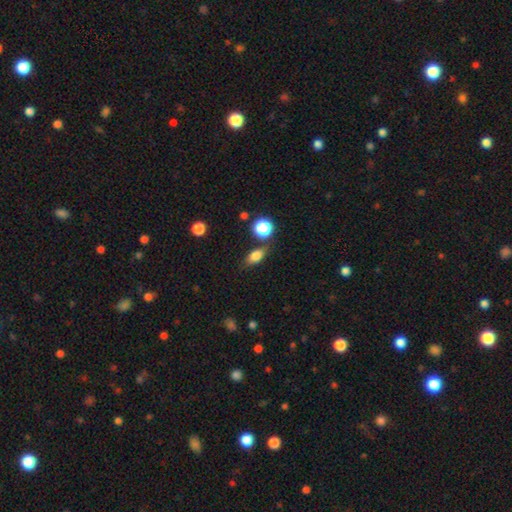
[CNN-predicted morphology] A smooth galaxy with no disk features (78%) that is in between round and cigar-shaped (73%).

Vote fractions:
- Smooth or featured? smooth: 78% / featured or disk: 11% / star or artifact: 11%
- How rounded? in between: 73% / round: 17% / cigar-shaped: 10%
- Merging? none: 74% / minor disturbance: 15% / merger: 6% / major disturbance: 4%